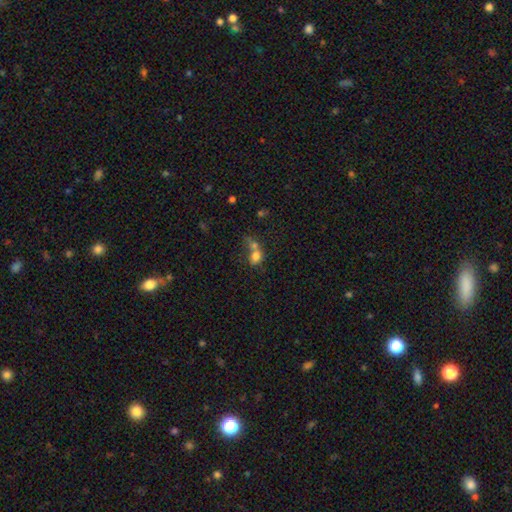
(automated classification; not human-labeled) smooth_or_featured: smooth (p=0.72) [alt: featured or disk p=0.16]
how_rounded: round (p=0.52) [alt: in between p=0.47]
merging: merger (p=0.60) [alt: none p=0.22]